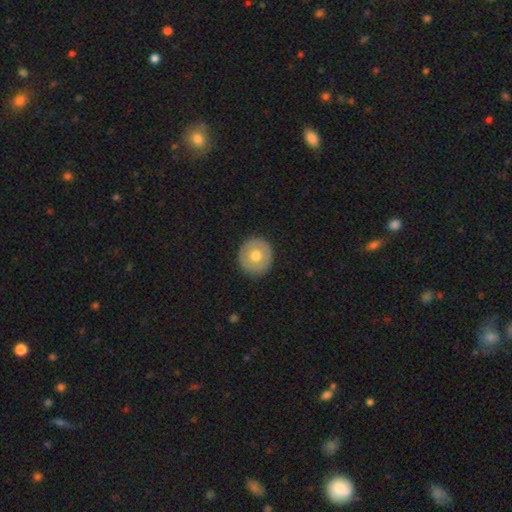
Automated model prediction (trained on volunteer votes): A smooth galaxy with no disk features (60%) that is round (95%).

Vote fractions:
- Smooth or featured? smooth: 60% / featured or disk: 33% / star or artifact: 6%
- How rounded? round: 95% / in between: 4% / cigar-shaped: 1%
- Merging? none: 91% / minor disturbance: 6% / major disturbance: 2% / merger: 1%